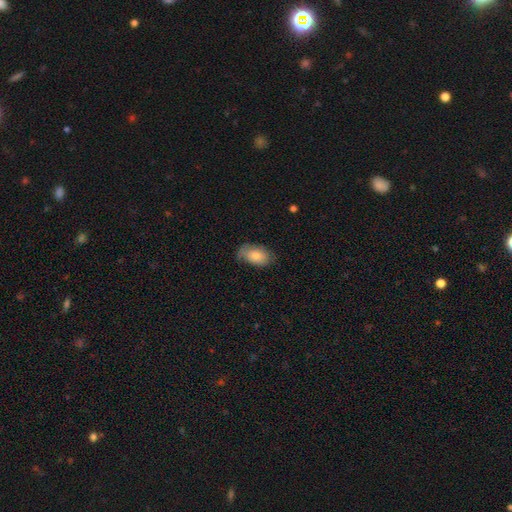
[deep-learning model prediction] Q: Smooth or featured?
A: smooth (77%); runner-up: featured or disk (16%)
Q: How rounded?
A: in between (93%); runner-up: round (6%)
Q: Merging?
A: none (62%); runner-up: minor disturbance (29%)